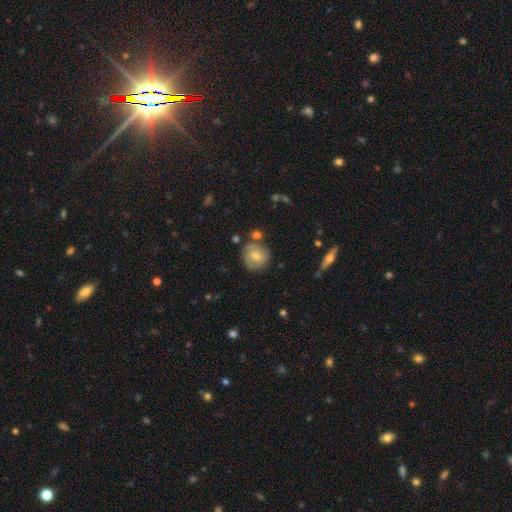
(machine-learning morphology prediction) Smooth or featured? smooth (52%)
How rounded? round (84%)
Merging? none (69%)